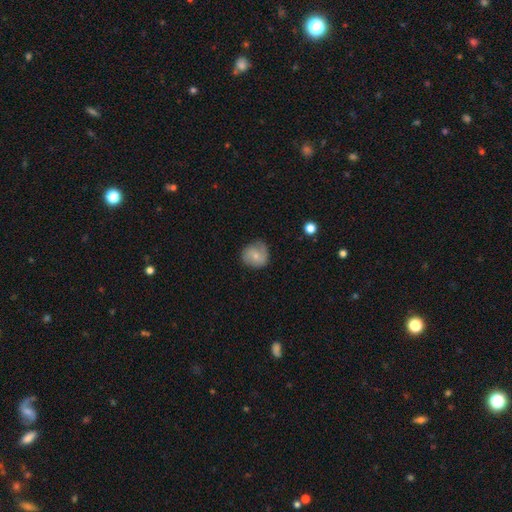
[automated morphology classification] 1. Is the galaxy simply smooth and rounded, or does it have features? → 55% smooth, 37% featured or disk, 7% star or artifact.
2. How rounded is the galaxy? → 85% round, 14% in between, 1% cigar-shaped.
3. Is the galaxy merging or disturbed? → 68% none, 24% minor disturbance, 7% major disturbance, 1% merger.